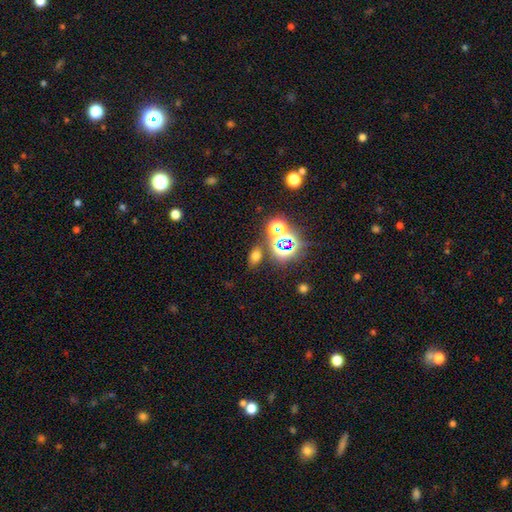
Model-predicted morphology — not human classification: type=smooth (55%); roundness=in between (80%); merging=none (80%).